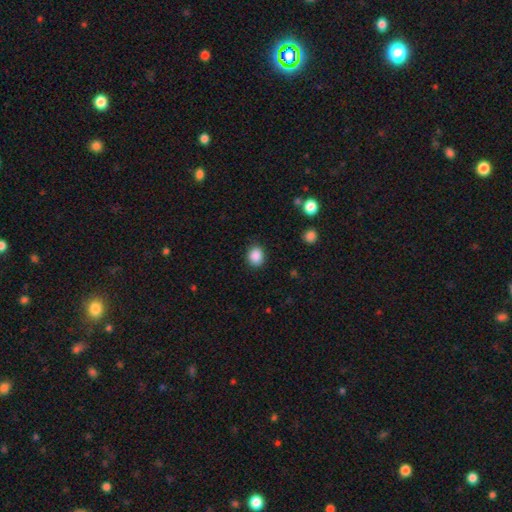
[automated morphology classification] The model was most divided on "how rounded": round: 60%, in between: 39%, cigar-shaped: 1%. More confident: smooth or featured — smooth (88%); merging — none (87%).